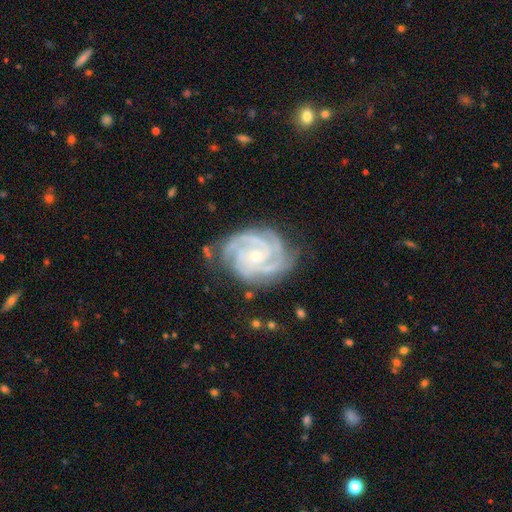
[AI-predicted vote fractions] This is clearly a featured or disk galaxy (92%). It is clearly not viewed edge-on (98%). Bar: likely no (67%). Spiral arm pattern: clearly yes (99%). Spiral arm count: marginally 3 (42%). Spiral winding: likely tight (75%). Central bulge: likely small (72%). Merging: likely none (73%).